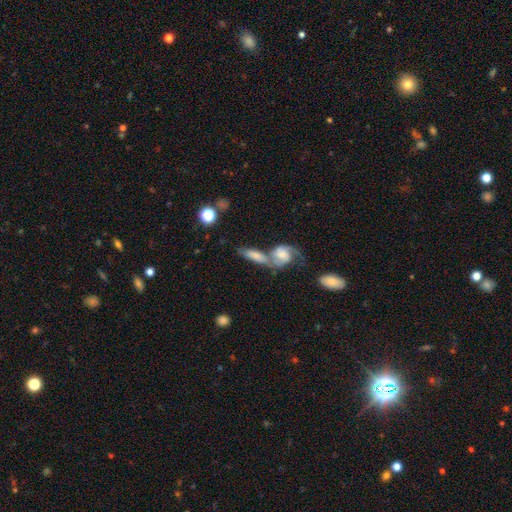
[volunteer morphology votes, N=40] Overall: featured or disk (55%; smooth 42%). Edge-on disk: no (64%; yes 36%). Bar: no (57%; weak 43%). Spiral arms: yes (79%). Spiral arm count: 2 (64%; can't tell 36%). Spiral winding: medium (64%; tight 27%). Bulge size: moderate (43%; small 21%). Merging: merger (64%).